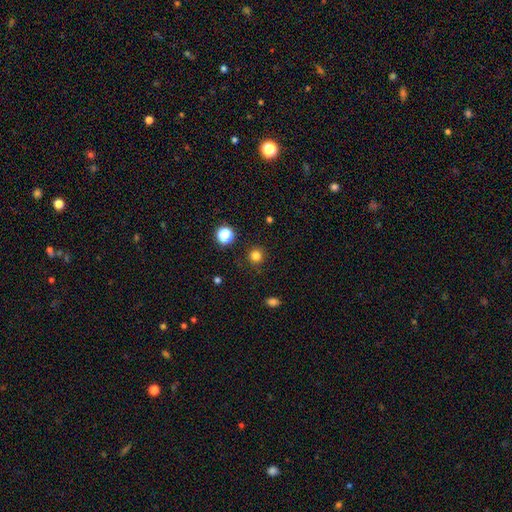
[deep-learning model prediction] A smooth galaxy with no disk features (81%) that is round (94%).

Vote fractions:
- Smooth or featured? smooth: 81% / star or artifact: 15% / featured or disk: 4%
- How rounded? round: 94% / in between: 5% / cigar-shaped: 1%
- Merging? none: 90% / minor disturbance: 6% / major disturbance: 2% / merger: 2%